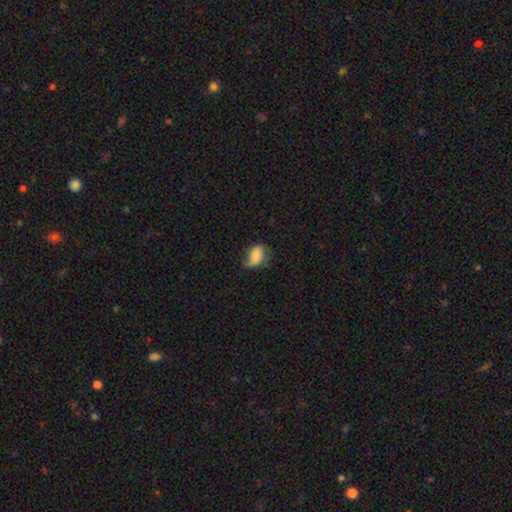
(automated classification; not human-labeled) A smooth galaxy with no disk features (58%) that is in between round and cigar-shaped (85%).

Vote fractions:
- Smooth or featured? smooth: 58% / featured or disk: 34% / star or artifact: 8%
- How rounded? in between: 85% / round: 12% / cigar-shaped: 3%
- Merging? none: 45% / minor disturbance: 35% / major disturbance: 18% / merger: 2%